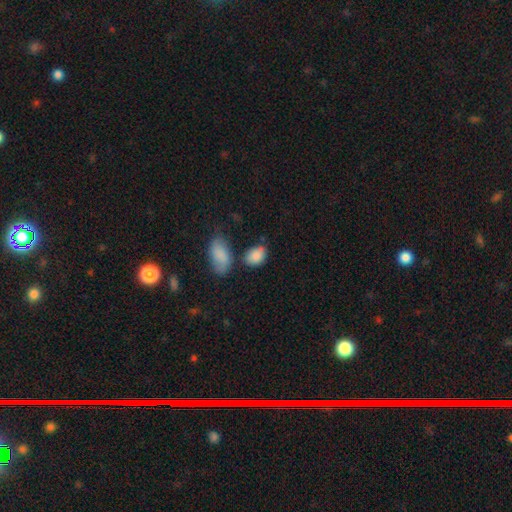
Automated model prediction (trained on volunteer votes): smooth_or_featured: smooth (p=0.87) [alt: star or artifact p=0.08]
how_rounded: in between (p=0.80) [alt: round p=0.18]
merging: none (p=0.60) [alt: minor disturbance p=0.21]